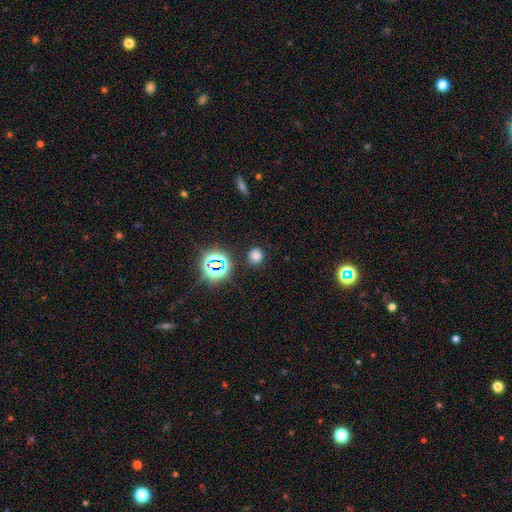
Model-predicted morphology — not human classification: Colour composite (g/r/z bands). It shows a smooth galaxy with no disk features (70%) that is round (86%). Merging: none (87%).